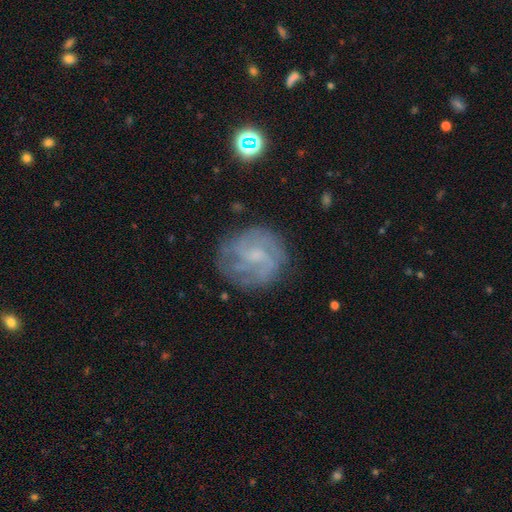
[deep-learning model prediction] Overall: featured or disk (71%). Edge-on disk: no (98%). Bar: weak (47%; no 45%). Spiral arms: yes (86%). Spiral arm count: can't tell (36%; 2 27%). Spiral winding: tight (43%; medium 40%). Bulge size: small (43%; none 31%). Merging: none (74%).